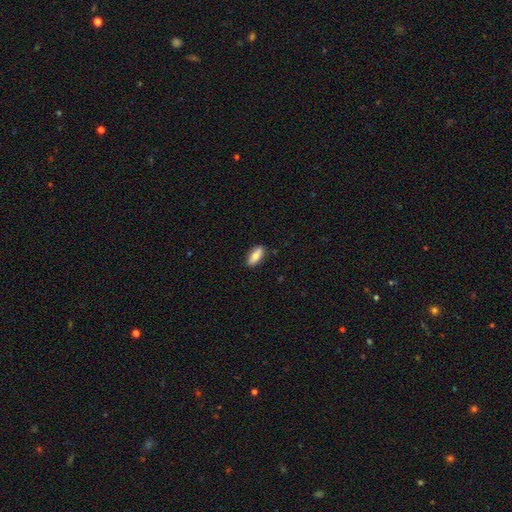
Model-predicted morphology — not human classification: This appears to be a smooth galaxy with no disk features (79%) that is in between round and cigar-shaped (80%). Merging: none (85%).